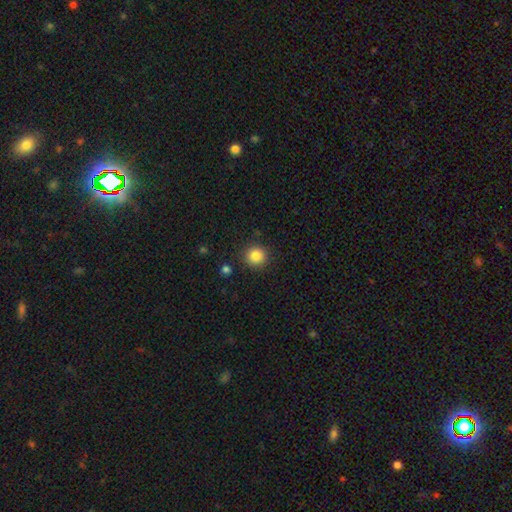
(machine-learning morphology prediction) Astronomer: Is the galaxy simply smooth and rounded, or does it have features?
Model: smooth — 85%.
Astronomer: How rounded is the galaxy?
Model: round — 93%.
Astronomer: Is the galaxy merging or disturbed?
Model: none — 90%.